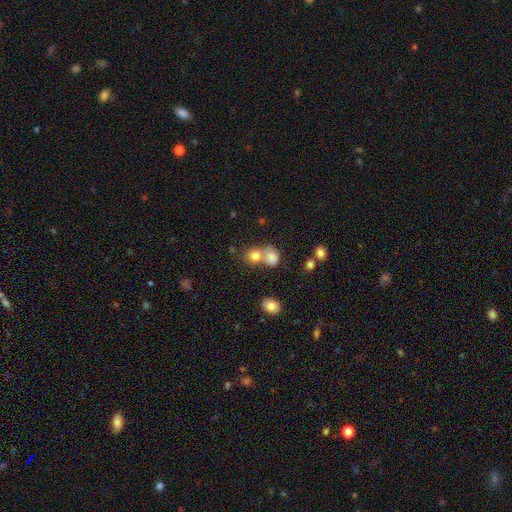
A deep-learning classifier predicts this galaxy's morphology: Overall: smooth (67%). How rounded: round (76%). Merging: merger (44%, tied with none).